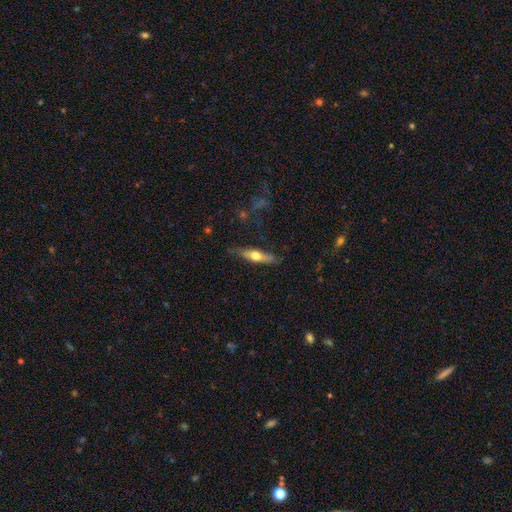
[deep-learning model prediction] A smooth galaxy with no disk features (52%) that is cigar-shaped (67%).

Vote fractions:
- Smooth or featured? smooth: 52% / featured or disk: 42% / star or artifact: 6%
- How rounded? cigar-shaped: 67% / in between: 30% / round: 2%
- Merging? none: 74% / minor disturbance: 19% / major disturbance: 5% / merger: 2%